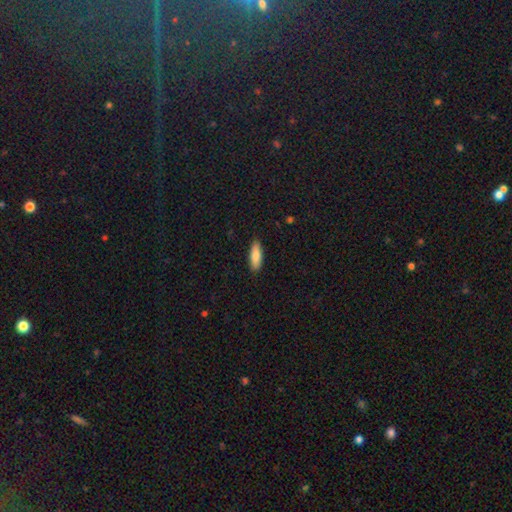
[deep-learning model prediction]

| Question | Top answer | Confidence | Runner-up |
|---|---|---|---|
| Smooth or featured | smooth | 84% | featured or disk (10%) |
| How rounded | in between | 58% | cigar-shaped (40%) |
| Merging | none | 89% | minor disturbance (9%) |